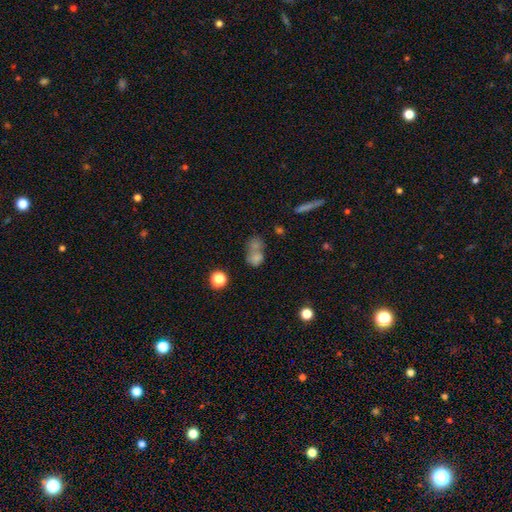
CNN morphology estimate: Overall: smooth (70%). How rounded: in between (53%; round 45%). Merging: merger (56%; none 26%).